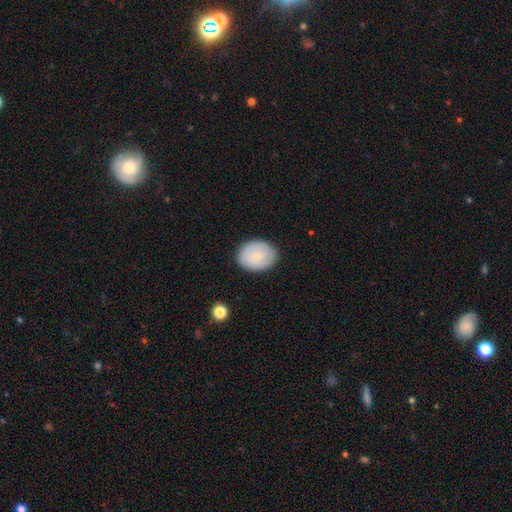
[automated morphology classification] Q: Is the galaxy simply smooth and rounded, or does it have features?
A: smooth — 75%.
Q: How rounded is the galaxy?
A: round — 55%.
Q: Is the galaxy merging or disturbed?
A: none — 86%.